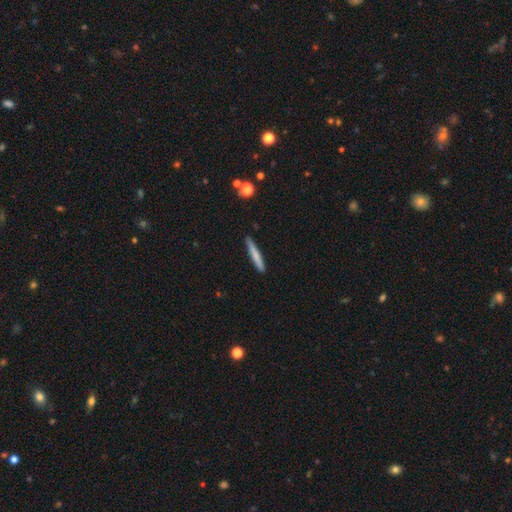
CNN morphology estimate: Smooth or featured: smooth — 73% (featured or disk — 21%)
How rounded: cigar-shaped — 95% (in between — 4%)
Merging: none — 89% (minor disturbance — 8%)